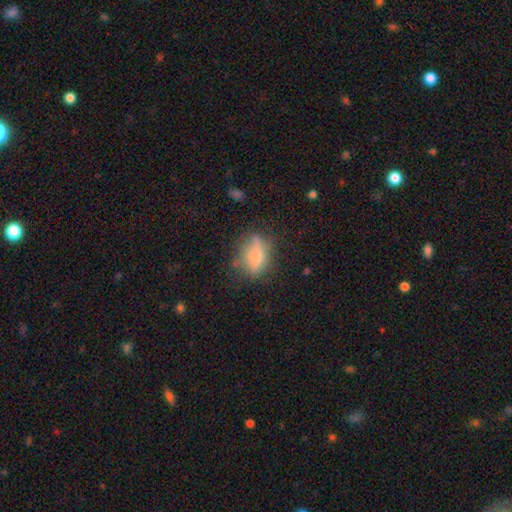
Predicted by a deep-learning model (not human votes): Smooth or featured: smooth — 51% (featured or disk — 37%)
How rounded: in between — 65% (round — 19%)
Merging: none — 62% (minor disturbance — 22%)